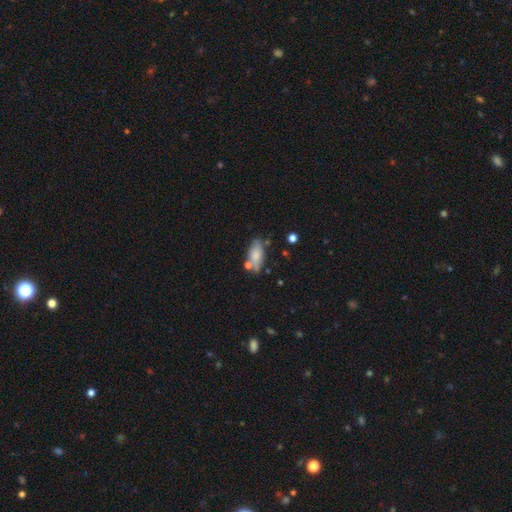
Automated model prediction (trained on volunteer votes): The model was most divided on "merging": none: 59%, minor disturbance: 21%, merger: 14%, major disturbance: 6%. More confident: how rounded — in between (84%); smooth or featured — smooth (75%).